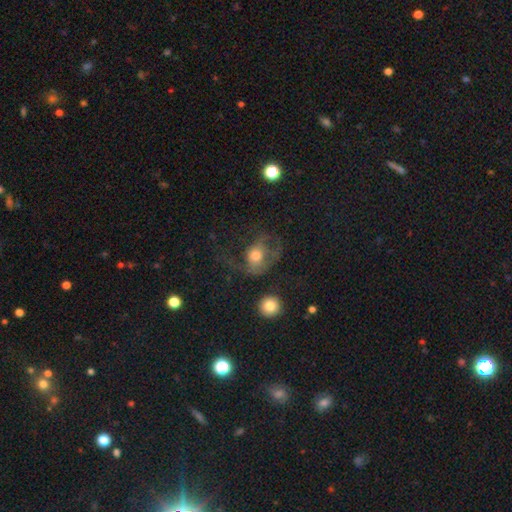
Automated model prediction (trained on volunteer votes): This is possibly a smooth galaxy (54%). How rounded: likely round (61%). Merging: possibly major disturbance (54%).